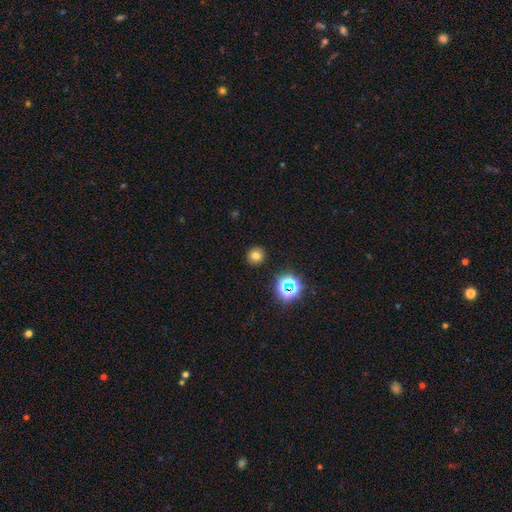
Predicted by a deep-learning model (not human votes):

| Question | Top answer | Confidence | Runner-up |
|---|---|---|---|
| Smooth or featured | smooth | 72% | star or artifact (20%) |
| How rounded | round | 91% | in between (8%) |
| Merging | none | 90% | minor disturbance (6%) |